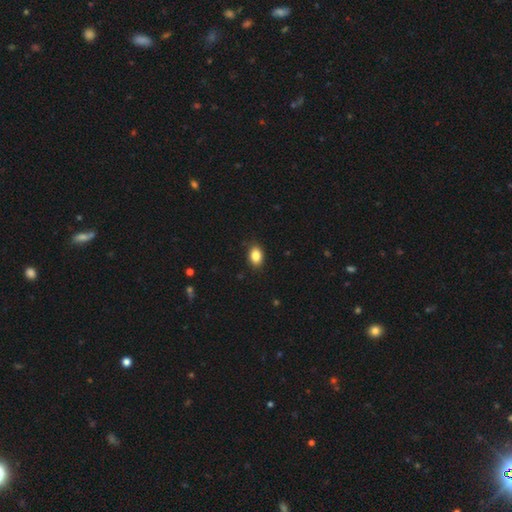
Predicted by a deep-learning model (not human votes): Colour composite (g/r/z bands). It shows a smooth galaxy with no disk features (86%) that is in between round and cigar-shaped (82%). Merging: none (87%).